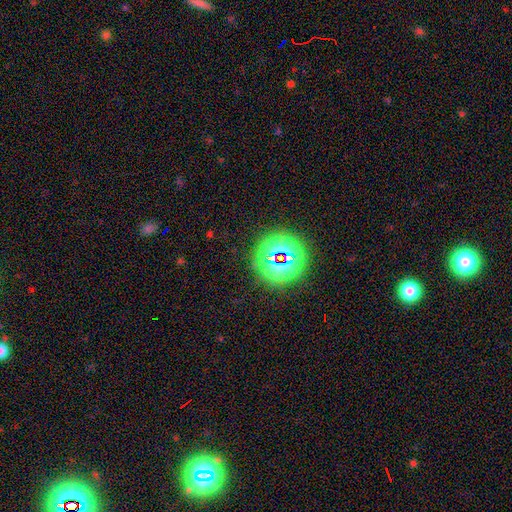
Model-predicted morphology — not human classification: Smooth or featured? Predicted: star or artifact (p=0.76).